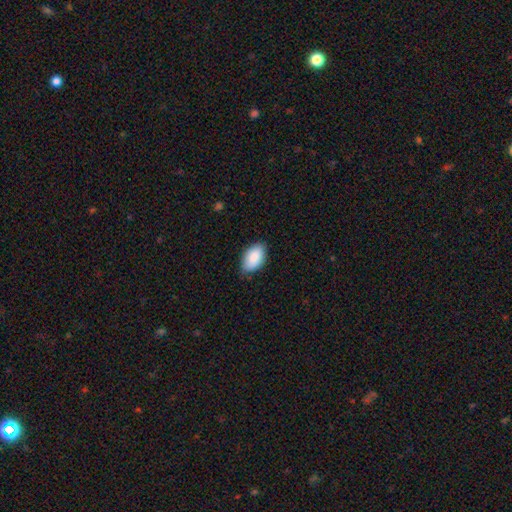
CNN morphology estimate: This is clearly a smooth galaxy (88%). How rounded: clearly in between (94%). Merging: likely none (78%).